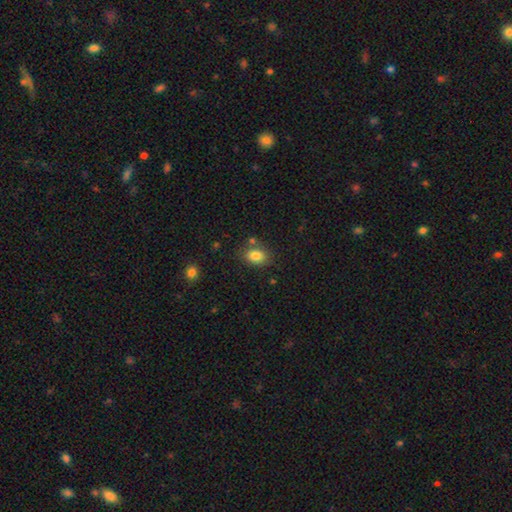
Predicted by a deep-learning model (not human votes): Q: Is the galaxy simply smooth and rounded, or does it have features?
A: smooth — 83%.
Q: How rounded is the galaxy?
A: in between — 65%.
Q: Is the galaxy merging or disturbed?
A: none — 73%.